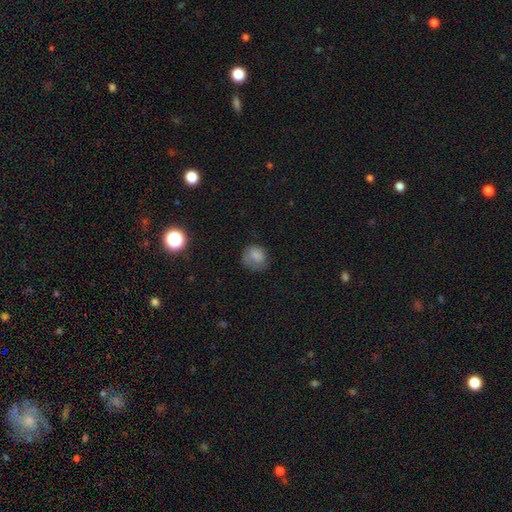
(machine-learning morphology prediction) This appears to be a smooth galaxy with no disk features (78%) that is round (73%). Merging: none (56%).